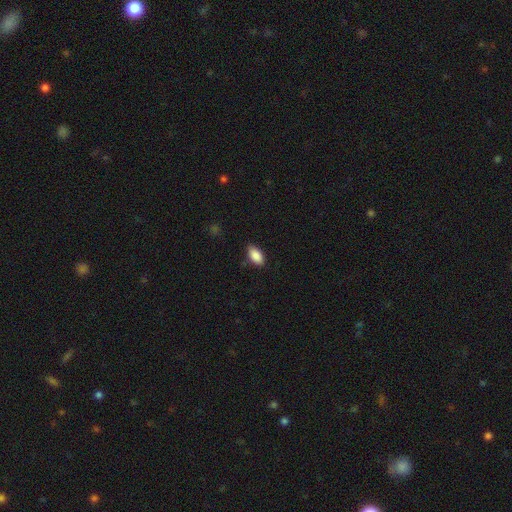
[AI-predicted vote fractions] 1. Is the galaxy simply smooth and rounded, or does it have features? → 88% smooth, 7% star or artifact, 5% featured or disk.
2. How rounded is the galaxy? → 93% in between, 3% round, 3% cigar-shaped.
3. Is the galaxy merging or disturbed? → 80% none, 16% minor disturbance, 3% major disturbance, 1% merger.